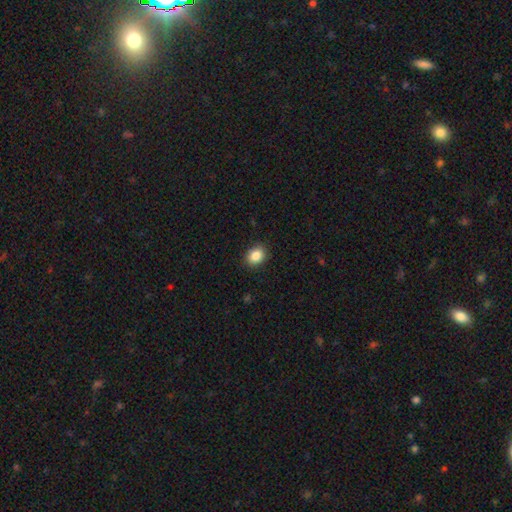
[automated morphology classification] A smooth galaxy with no disk features (87%) that is in between round and cigar-shaped (55%).

Vote fractions:
- Smooth or featured? smooth: 87% / star or artifact: 9% / featured or disk: 4%
- How rounded? in between: 55% / round: 44% / cigar-shaped: 1%
- Merging? none: 89% / minor disturbance: 8% / major disturbance: 2% / merger: 1%